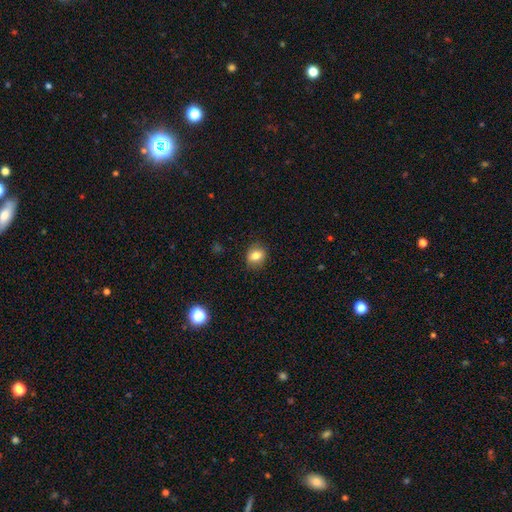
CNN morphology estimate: Q: Smooth or featured?
A: smooth (79%); runner-up: featured or disk (11%)
Q: How rounded?
A: round (51%); runner-up: in between (47%)
Q: Merging?
A: none (84%); runner-up: minor disturbance (12%)